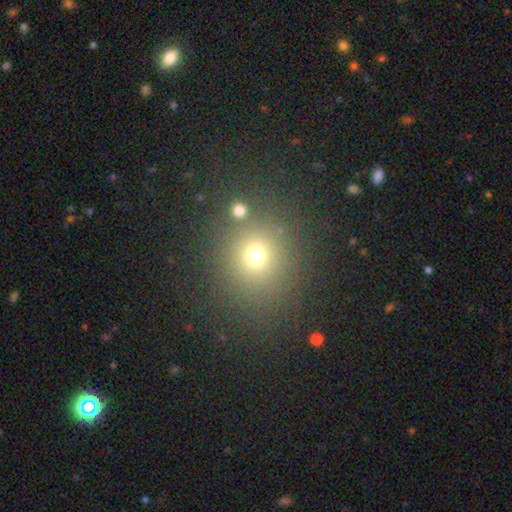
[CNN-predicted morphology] smooth_or_featured: smooth (p=0.69) [alt: star or artifact p=0.22]
how_rounded: round (p=0.87) [alt: in between p=0.12]
merging: none (p=0.80) [alt: minor disturbance p=0.09]